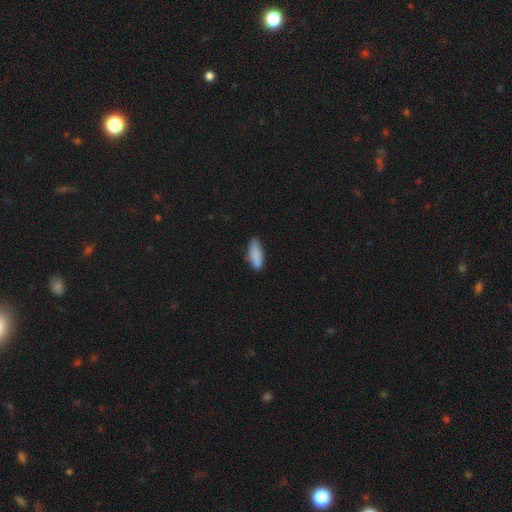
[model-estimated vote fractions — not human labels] The model was most divided on "how rounded": in between: 67%, cigar-shaped: 31%, round: 2%. More confident: smooth or featured — smooth (86%); merging — none (70%).